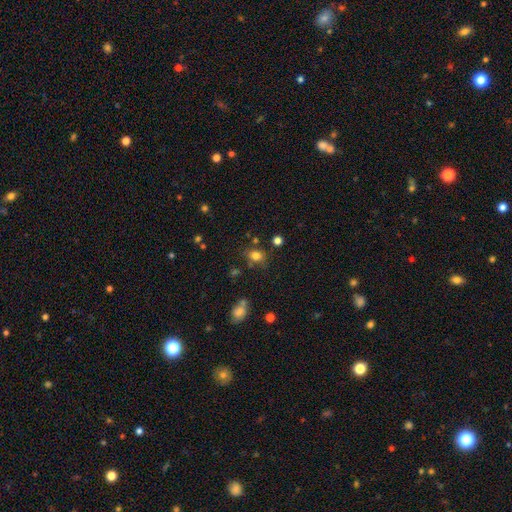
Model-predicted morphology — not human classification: type=smooth (78%); roundness=round (50%); merging=none (72%).